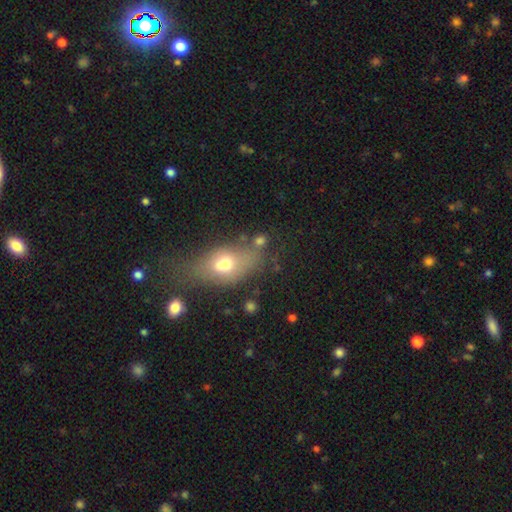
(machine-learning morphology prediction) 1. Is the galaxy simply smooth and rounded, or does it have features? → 61% smooth, 24% featured or disk, 15% star or artifact.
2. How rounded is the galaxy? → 73% in between, 17% round, 10% cigar-shaped.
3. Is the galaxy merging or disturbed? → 58% none, 23% minor disturbance, 12% major disturbance, 7% merger.